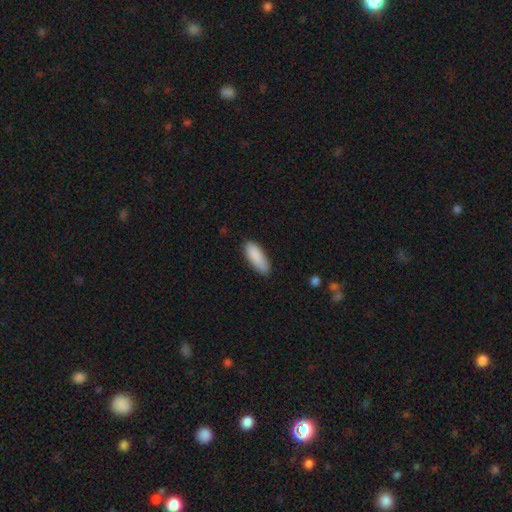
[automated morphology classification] Smooth or featured? smooth (89%)
How rounded? in between (68%)
Merging? none (83%)